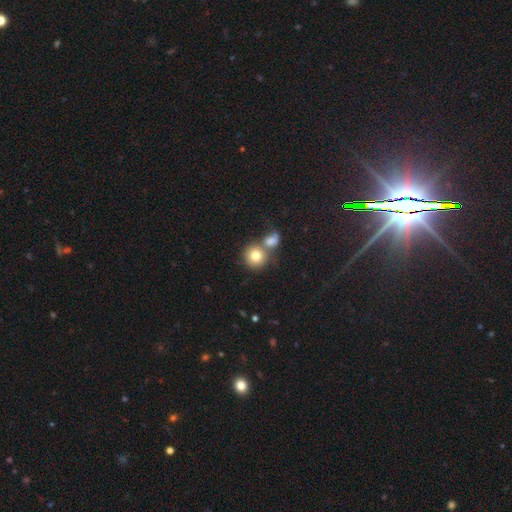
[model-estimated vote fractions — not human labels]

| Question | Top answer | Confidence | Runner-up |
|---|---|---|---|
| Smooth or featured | smooth | 77% | featured or disk (13%) |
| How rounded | round | 89% | in between (10%) |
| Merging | none | 47% | merger (40%) |